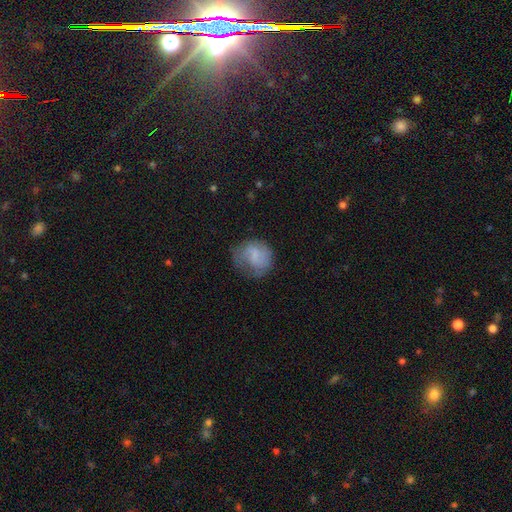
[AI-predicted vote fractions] smooth 62%, featured or disk 30%, star or artifact 9%. Down the decision tree: how rounded — round (74%); merging — none (49%).